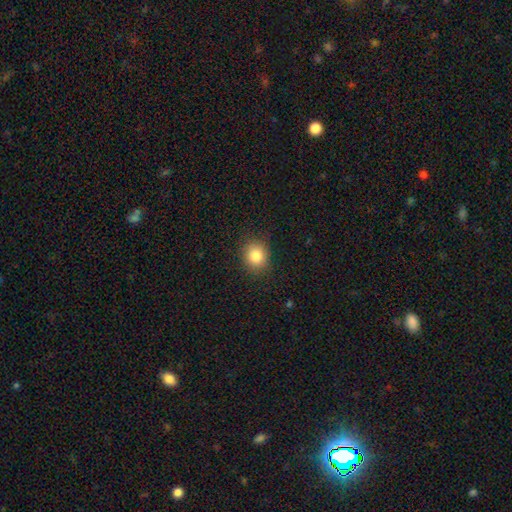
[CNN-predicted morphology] Q: Smooth or featured?
A: smooth (85%); runner-up: star or artifact (10%)
Q: How rounded?
A: round (70%); runner-up: in between (29%)
Q: Merging?
A: none (86%); runner-up: minor disturbance (10%)